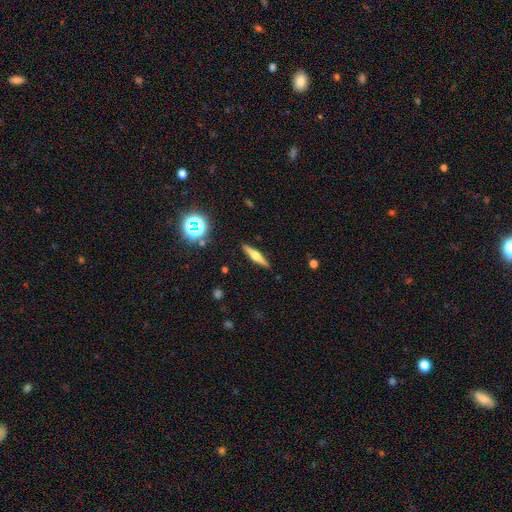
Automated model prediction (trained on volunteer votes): The model was most divided on "smooth or featured": featured or disk: 56%, smooth: 35%, star or artifact: 9%. More confident: edge-on disk — yes (96%); merging — none (90%); edge-on bulge — rounded (89%).